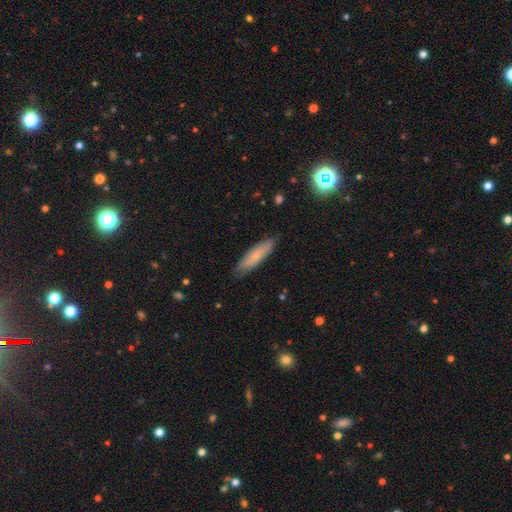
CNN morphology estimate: Smooth or featured? Predicted: smooth (p=0.65). How rounded? Predicted: cigar-shaped (p=0.73). Merging? Predicted: none (p=0.84).